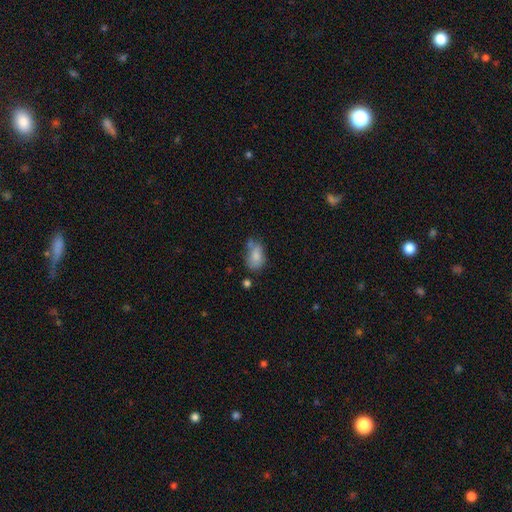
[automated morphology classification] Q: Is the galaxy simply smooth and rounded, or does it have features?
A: smooth — 78%.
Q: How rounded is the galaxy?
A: in between — 84%.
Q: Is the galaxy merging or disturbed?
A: none — 45%.